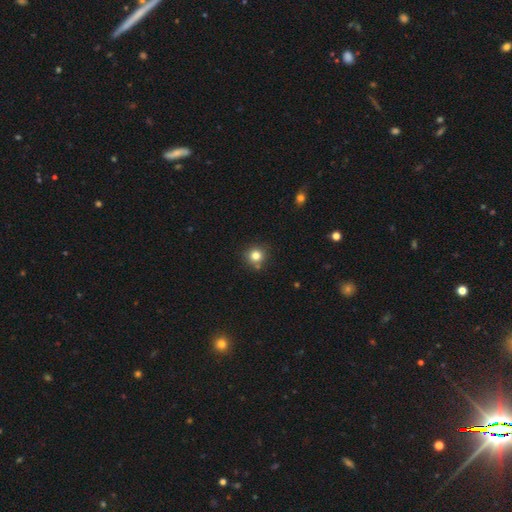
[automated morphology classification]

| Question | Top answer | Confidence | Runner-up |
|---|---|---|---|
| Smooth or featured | smooth | 81% | star or artifact (13%) |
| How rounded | round | 92% | in between (7%) |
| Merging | none | 79% | minor disturbance (11%) |